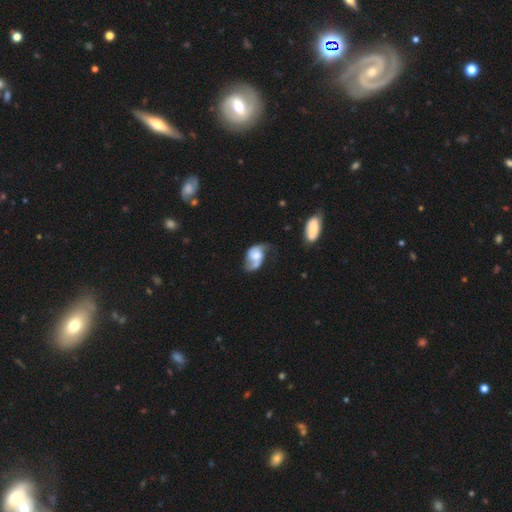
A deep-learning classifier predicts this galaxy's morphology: smooth-or-featured: featured or disk: 71% | smooth: 22% | star or artifact: 7%
  disk-edge-on: no: 97% | yes: 3%
    bar: no: 63% | weak: 30% | strong: 7%
    has-spiral-arms: yes: 88% | no: 12%
      spiral-winding: loose: 50% | medium: 36% | tight: 14%
      spiral-arm-count: 2: 78% | 1: 13% | can't tell: 6% | 3: 1% | 4: 1% | more than 4: 1%
    bulge-size: moderate: 35% | large: 24% | small: 22% | none: 15% | dominant: 4%
  merging: none: 39% | minor disturbance: 26% | major disturbance: 22% | merger: 12%